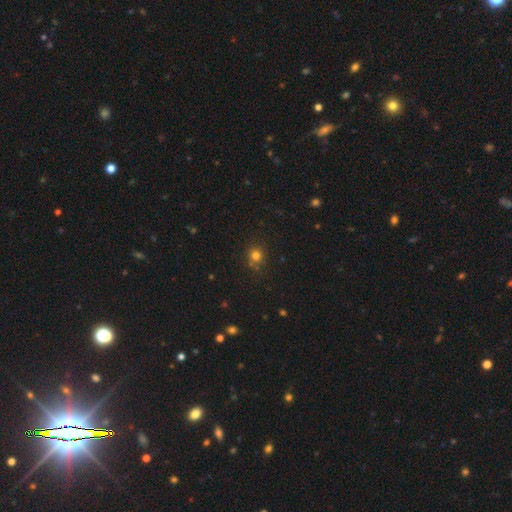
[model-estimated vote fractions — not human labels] Smooth or featured?
  - smooth: 77% *
  - star or artifact: 17%
  - featured or disk: 6%
How rounded?
  - round: 86% *
  - in between: 13%
  - cigar-shaped: 1%
Merging?
  - none: 78% *
  - minor disturbance: 12%
  - merger: 7%
  - major disturbance: 4%